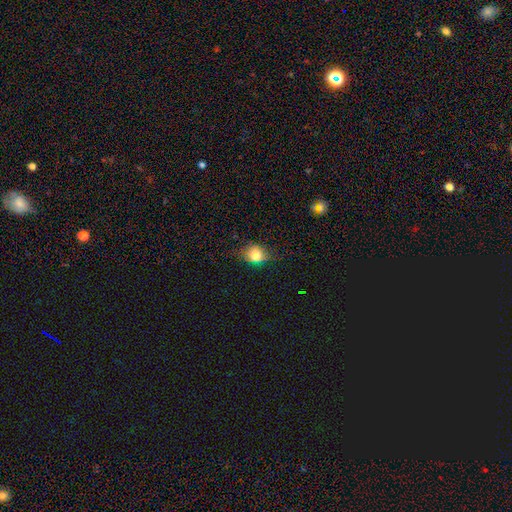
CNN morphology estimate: A smooth galaxy with no disk features (78%) that is round (58%). Merging: none (73%).